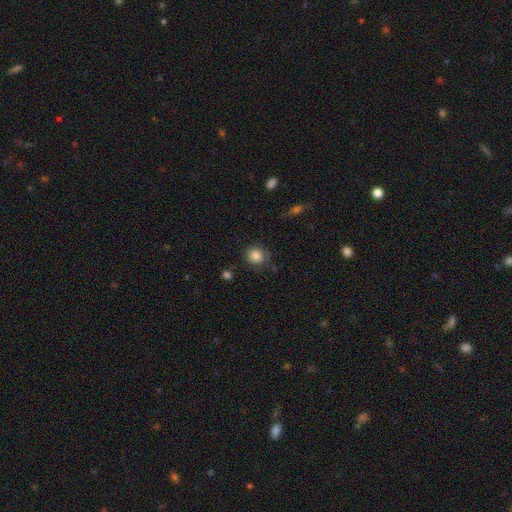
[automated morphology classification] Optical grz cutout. It shows a smooth galaxy with no disk features (84%) that is round (83%). Merging: none (74%).